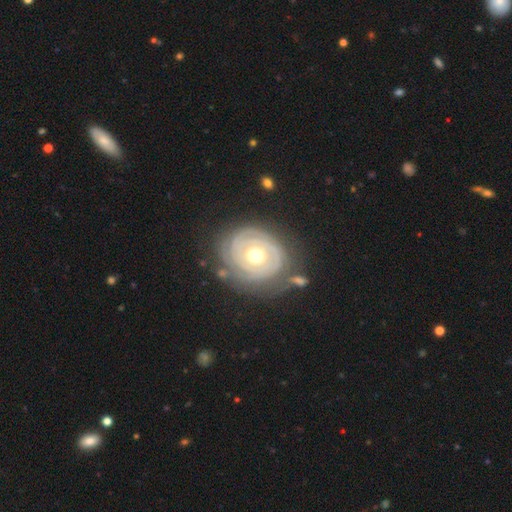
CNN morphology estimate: A featured or disk galaxy (82%) with no bar (83%), tight (85%) spiral arms (86%) and a moderate central bulge (79%).

Vote fractions:
- Smooth or featured? featured or disk: 82% / smooth: 13% / star or artifact: 5%
- Edge-on disk? no: 97% / yes: 3%
- Bar? no: 83% / weak: 13% / strong: 4%
- Spiral arms? yes: 86% / no: 14%
- Spiral winding? tight: 85% / medium: 11% / loose: 4%
- Spiral arm count? can't tell: 37% / 2: 25% / 3: 17% / 4: 8% / 1: 7% / more than 4: 6%
- Bulge size? moderate: 79% / small: 11% / large: 8% / dominant: 1% / none: 1%
- Merging? none: 68% / minor disturbance: 19% / major disturbance: 9% / merger: 4%